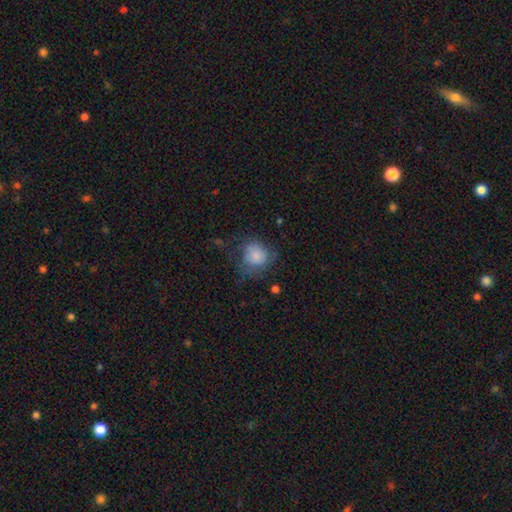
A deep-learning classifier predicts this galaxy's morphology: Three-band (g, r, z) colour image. It shows a smooth galaxy with no disk features (75%) that is round (76%). Merging: none (44%).